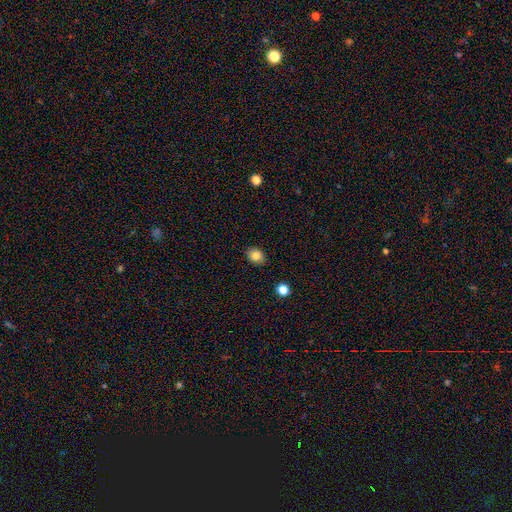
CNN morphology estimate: A smooth galaxy with no disk features (82%) that is in between round and cigar-shaped (54%).

Vote fractions:
- Smooth or featured? smooth: 82% / star or artifact: 10% / featured or disk: 8%
- How rounded? in between: 54% / round: 45% / cigar-shaped: 1%
- Merging? none: 87% / minor disturbance: 10% / major disturbance: 2% / merger: 1%